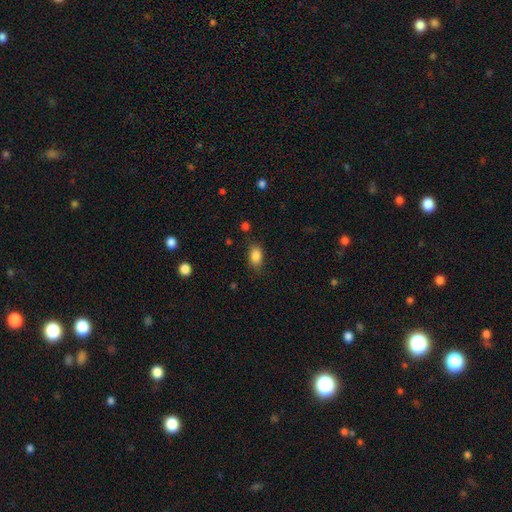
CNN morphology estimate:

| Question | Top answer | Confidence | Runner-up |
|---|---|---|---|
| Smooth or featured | smooth | 86% | star or artifact (9%) |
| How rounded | in between | 84% | round (13%) |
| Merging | none | 79% | minor disturbance (15%) |